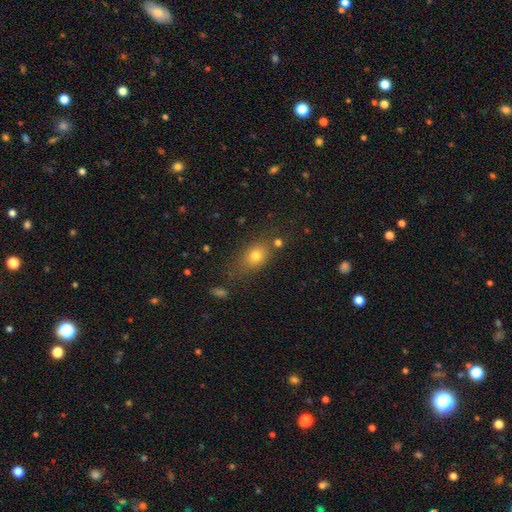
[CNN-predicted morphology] Smooth or featured? smooth (74%)
How rounded? in between (63%)
Merging? none (67%)